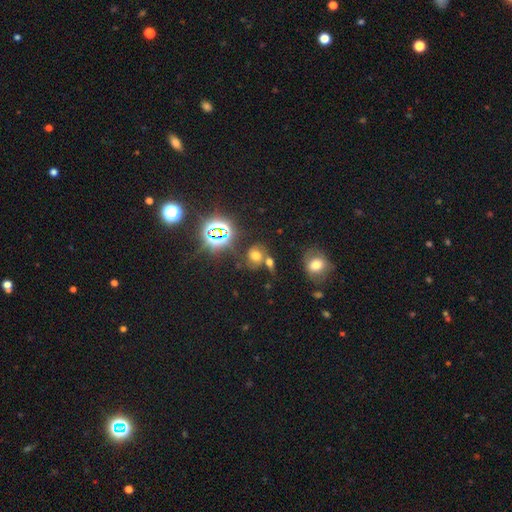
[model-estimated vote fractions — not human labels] The model was most divided on "merging": none: 47%, merger: 33%, minor disturbance: 12%, major disturbance: 8%. Remaining: smooth or featured — smooth (48%).